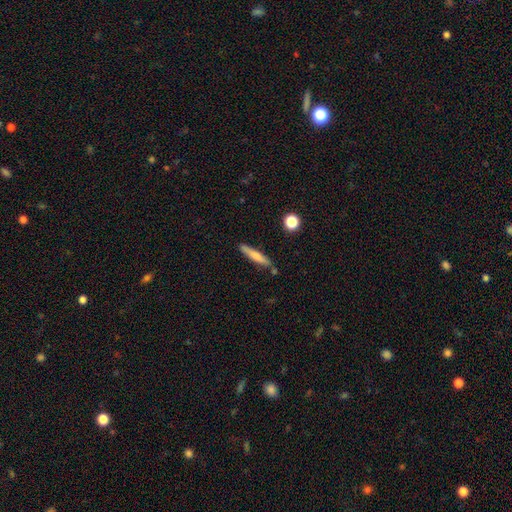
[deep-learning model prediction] Overall: smooth (65%; featured or disk 29%). How rounded: cigar-shaped (91%). Merging: none (82%).